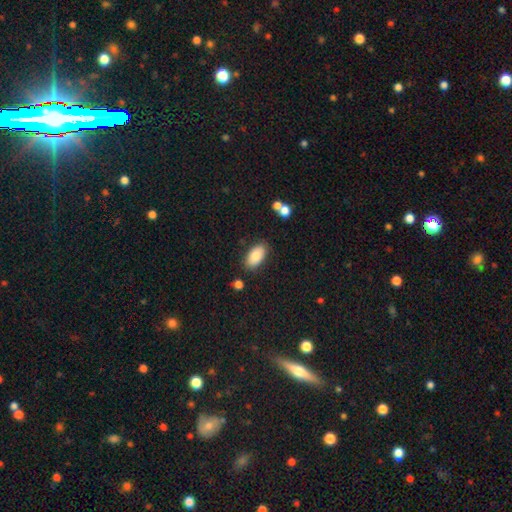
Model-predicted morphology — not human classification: Smooth or featured?
  - smooth: 83% *
  - featured or disk: 10%
  - star or artifact: 7%
How rounded?
  - in between: 94% *
  - round: 4%
  - cigar-shaped: 3%
Merging?
  - none: 83% *
  - minor disturbance: 11%
  - merger: 3%
  - major disturbance: 3%